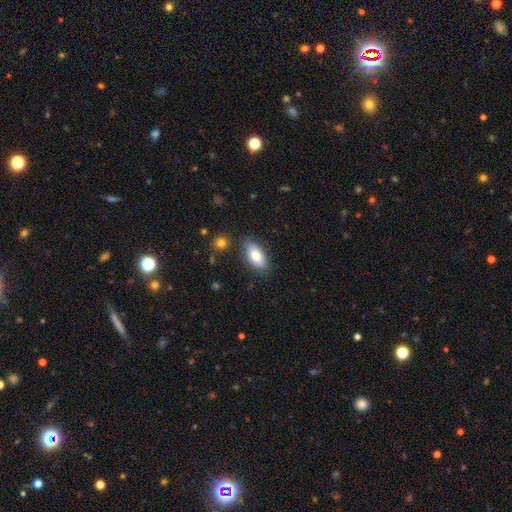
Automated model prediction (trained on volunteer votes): smooth-or-featured: smooth: 80% | featured or disk: 14% | star or artifact: 7%
  how-rounded: in between: 90% | cigar-shaped: 7% | round: 3%
  merging: none: 82% | minor disturbance: 13% | major disturbance: 3% | merger: 3%